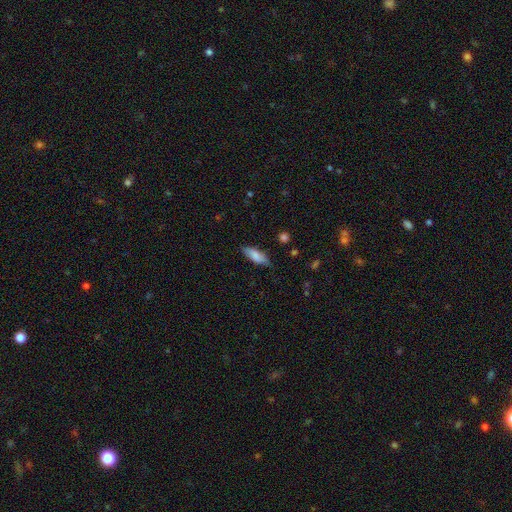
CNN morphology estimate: Smooth or featured: smooth — 79% (featured or disk — 15%)
How rounded: in between — 64% (cigar-shaped — 34%)
Merging: none — 77% (minor disturbance — 18%)